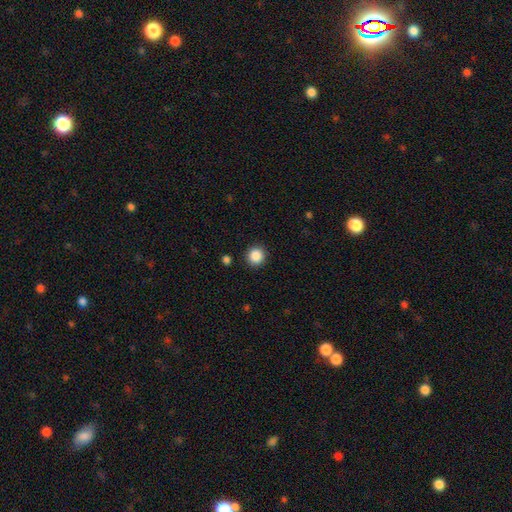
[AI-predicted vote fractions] Smooth or featured?
  - smooth: 87% *
  - star or artifact: 10%
  - featured or disk: 3%
How rounded?
  - round: 94% *
  - in between: 5%
  - cigar-shaped: 1%
Merging?
  - none: 91% *
  - minor disturbance: 5%
  - major disturbance: 2%
  - merger: 1%